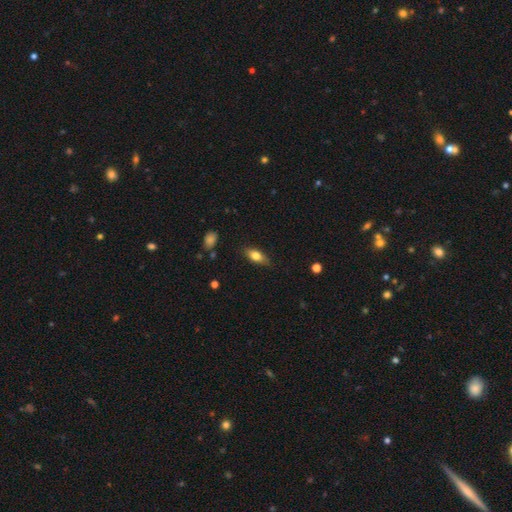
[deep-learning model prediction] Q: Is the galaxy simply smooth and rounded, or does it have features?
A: smooth — 73%.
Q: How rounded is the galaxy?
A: in between — 80%.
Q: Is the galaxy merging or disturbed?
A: none — 80%.